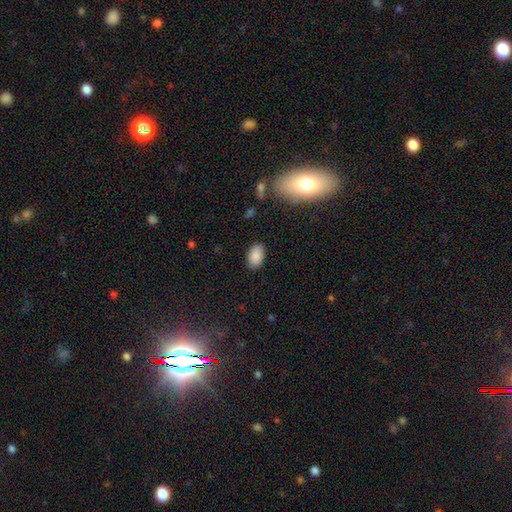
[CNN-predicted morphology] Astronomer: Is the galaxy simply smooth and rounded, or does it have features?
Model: smooth — 88%.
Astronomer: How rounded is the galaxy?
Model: in between — 92%.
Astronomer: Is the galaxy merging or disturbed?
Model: none — 86%.